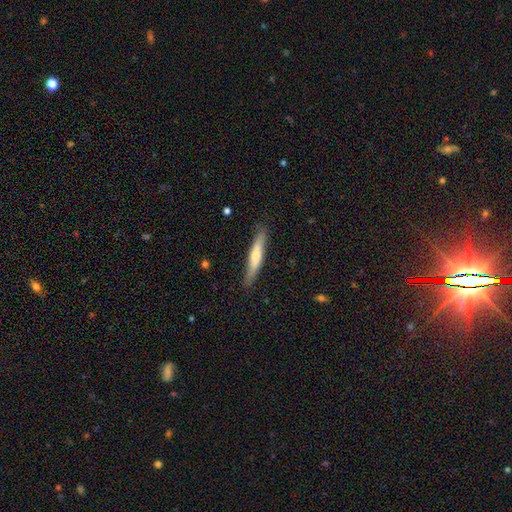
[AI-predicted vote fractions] A smooth galaxy with no disk features (57%) that is cigar-shaped (92%).

Vote fractions:
- Smooth or featured? smooth: 57% / featured or disk: 37% / star or artifact: 5%
- How rounded? cigar-shaped: 92% / in between: 7% / round: 1%
- Merging? none: 86% / minor disturbance: 11% / major disturbance: 2% / merger: 1%